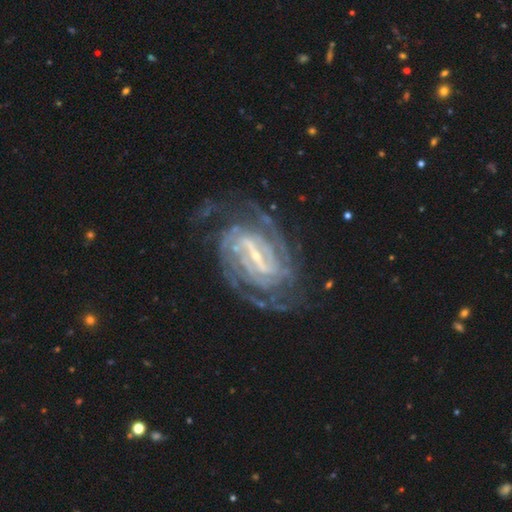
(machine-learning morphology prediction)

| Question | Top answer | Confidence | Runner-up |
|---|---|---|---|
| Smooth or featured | featured or disk | 92% | star or artifact (5%) |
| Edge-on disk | no | 96% | yes (4%) |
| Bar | strong | 67% | weak (26%) |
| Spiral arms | yes | 98% | no (2%) |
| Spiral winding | tight | 67% | medium (28%) |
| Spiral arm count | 2 | 32% | 4 (18%) |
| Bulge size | small | 70% | moderate (20%) |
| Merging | none | 73% | minor disturbance (15%) |